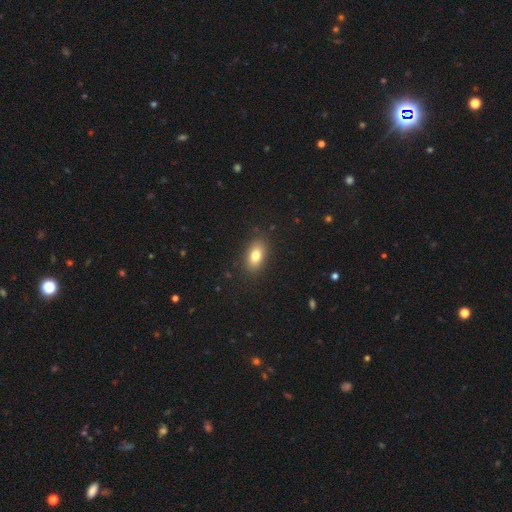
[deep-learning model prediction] Smooth or featured?
  - smooth: 78% *
  - featured or disk: 12%
  - star or artifact: 9%
How rounded?
  - in between: 87% *
  - round: 9%
  - cigar-shaped: 4%
Merging?
  - none: 87% *
  - minor disturbance: 9%
  - major disturbance: 3%
  - merger: 1%